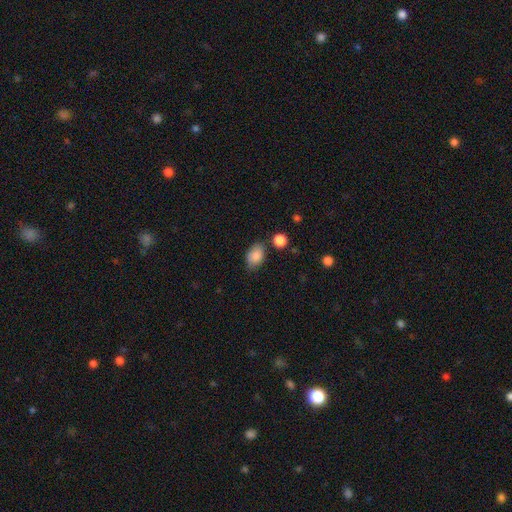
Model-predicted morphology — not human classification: A smooth galaxy with no disk features (86%) that is in between round and cigar-shaped (86%). Merging: none (71%).